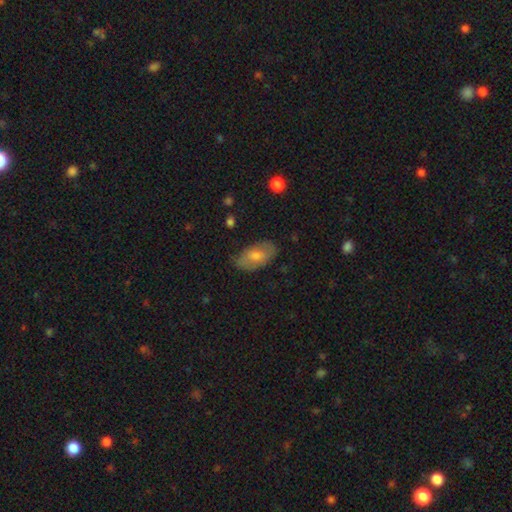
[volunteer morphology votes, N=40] This appears to be a smooth galaxy with no disk features (55%) that is in between round and cigar-shaped (91%). Merging: none (69%).